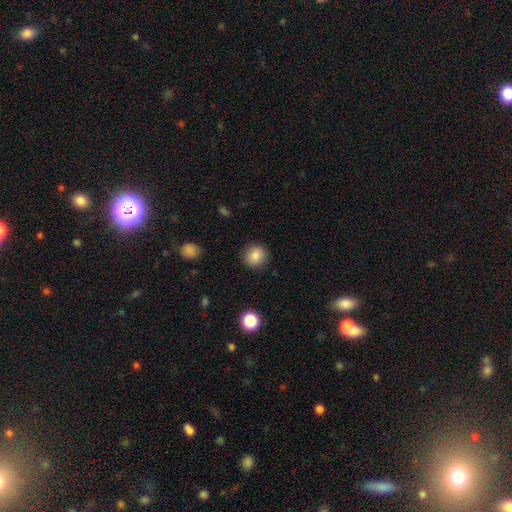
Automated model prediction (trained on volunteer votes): Smooth or featured?
  - smooth: 86% *
  - star or artifact: 9%
  - featured or disk: 5%
How rounded?
  - round: 88% *
  - in between: 11%
  - cigar-shaped: 1%
Merging?
  - none: 90% *
  - minor disturbance: 7%
  - major disturbance: 2%
  - merger: 1%